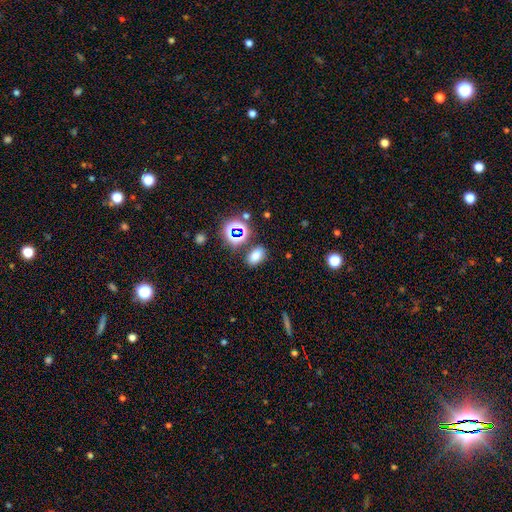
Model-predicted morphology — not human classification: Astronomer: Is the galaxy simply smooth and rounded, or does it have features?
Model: smooth — 71%.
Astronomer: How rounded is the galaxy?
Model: in between — 84%.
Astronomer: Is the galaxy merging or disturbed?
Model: none — 80%.